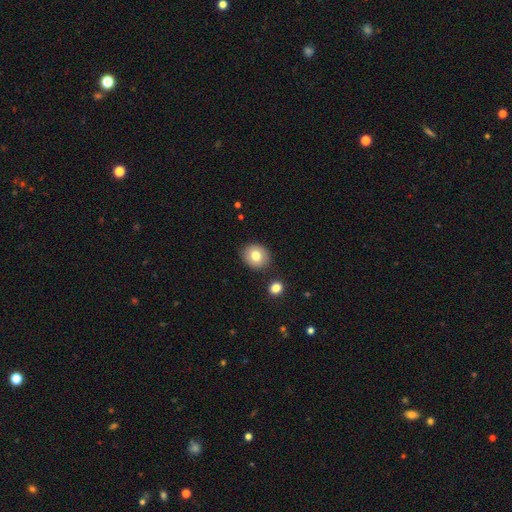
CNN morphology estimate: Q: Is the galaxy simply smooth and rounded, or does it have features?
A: smooth — 78%.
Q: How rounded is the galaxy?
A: round — 68%.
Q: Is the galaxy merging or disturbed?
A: none — 85%.